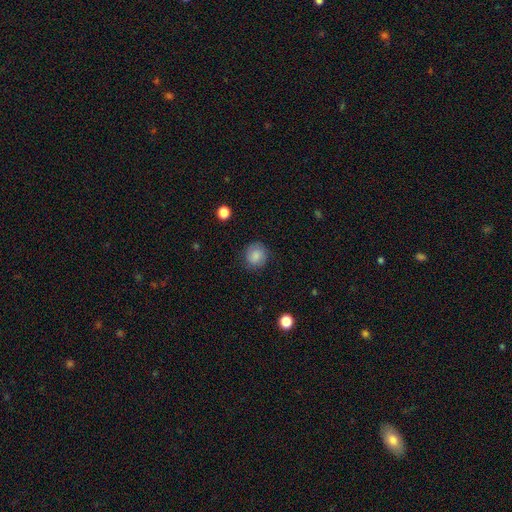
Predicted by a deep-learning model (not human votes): This is clearly a smooth galaxy (85%). How rounded: clearly round (86%). Merging: clearly none (84%).